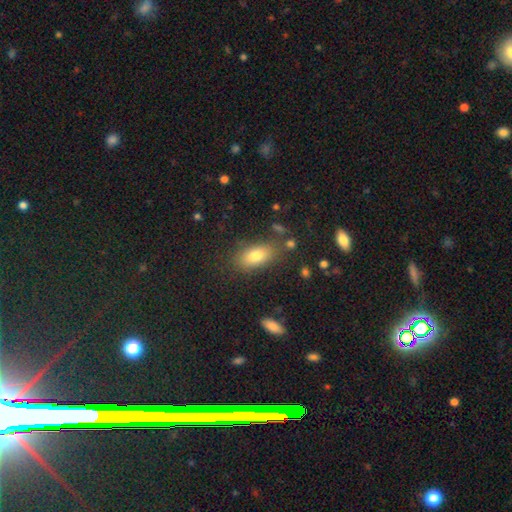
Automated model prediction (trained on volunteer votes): Overall: smooth (78%). How rounded: in between (86%). Merging: none (78%).